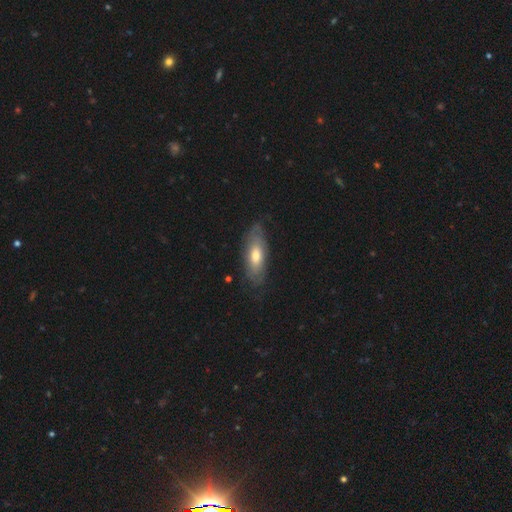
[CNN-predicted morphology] Smooth or featured: smooth — 53% (featured or disk — 41%)
How rounded: in between — 76% (cigar-shaped — 21%)
Merging: none — 70% (minor disturbance — 23%)